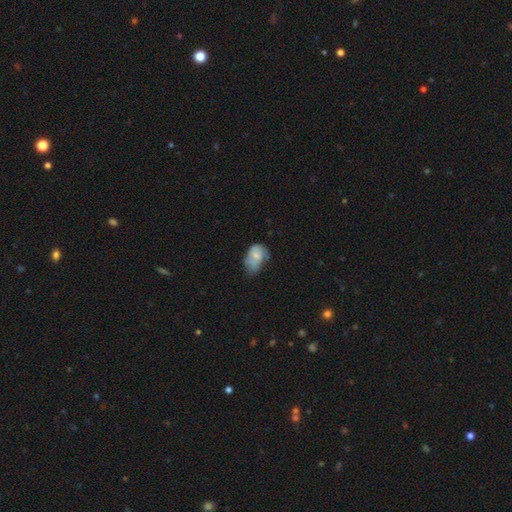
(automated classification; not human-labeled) Q: Smooth or featured?
A: smooth (63%); runner-up: featured or disk (28%)
Q: How rounded?
A: in between (82%); runner-up: round (16%)
Q: Merging?
A: minor disturbance (41%); runner-up: major disturbance (29%)